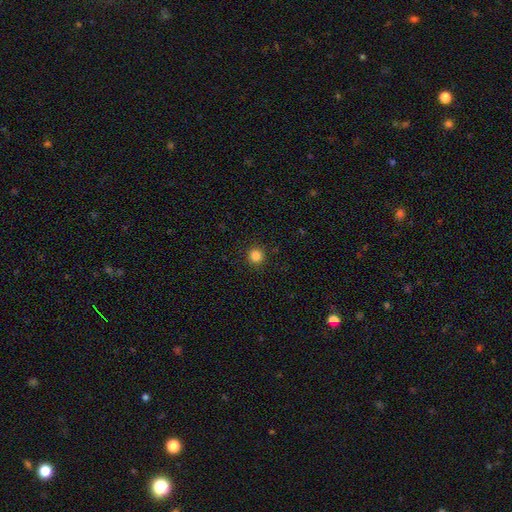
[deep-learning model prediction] Q: Smooth or featured?
A: smooth (84%); runner-up: star or artifact (12%)
Q: How rounded?
A: round (94%); runner-up: in between (5%)
Q: Merging?
A: none (92%); runner-up: minor disturbance (5%)